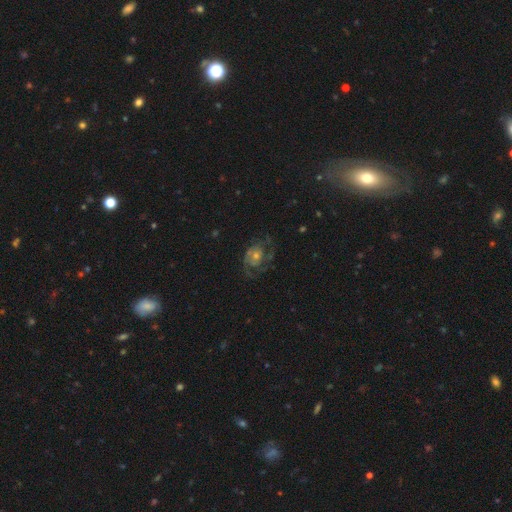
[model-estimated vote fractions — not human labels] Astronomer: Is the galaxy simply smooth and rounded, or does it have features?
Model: featured or disk — 74%.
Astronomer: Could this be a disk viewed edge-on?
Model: no — 97%.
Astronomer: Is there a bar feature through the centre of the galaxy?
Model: no — 73%.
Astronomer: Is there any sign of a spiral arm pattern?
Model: yes — 88%.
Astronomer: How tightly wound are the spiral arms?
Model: tight — 44% (runner-up: medium, 42%).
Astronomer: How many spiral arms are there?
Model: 2 — 44% (runner-up: can't tell, 27%).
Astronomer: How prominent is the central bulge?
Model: moderate — 48% (runner-up: small, 43%).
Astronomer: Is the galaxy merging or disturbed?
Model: none — 64%.